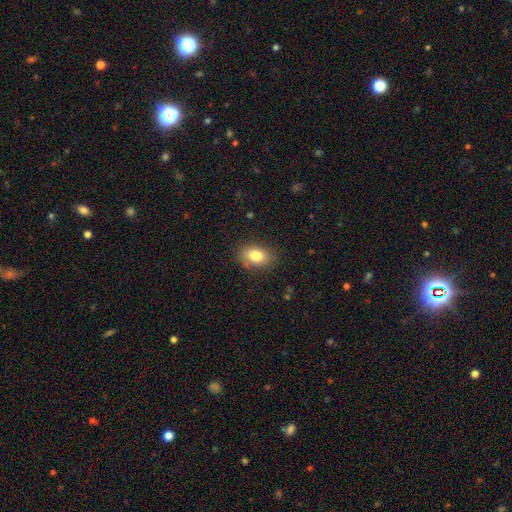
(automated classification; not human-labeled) Smooth or featured?
  - smooth: 81% *
  - featured or disk: 10%
  - star or artifact: 8%
How rounded?
  - in between: 83% *
  - round: 16%
  - cigar-shaped: 1%
Merging?
  - none: 83% *
  - minor disturbance: 13%
  - major disturbance: 3%
  - merger: 1%